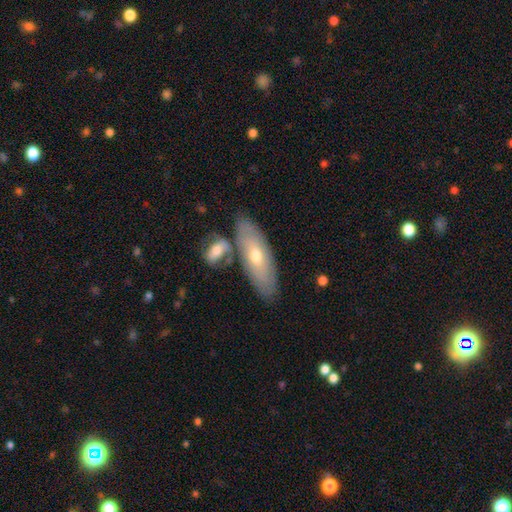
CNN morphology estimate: smooth-or-featured: smooth: 50% | featured or disk: 43% | star or artifact: 6%
  how-rounded: in between: 65% | cigar-shaped: 33% | round: 3%
  merging: none: 71% | merger: 14% | minor disturbance: 12% | major disturbance: 3%